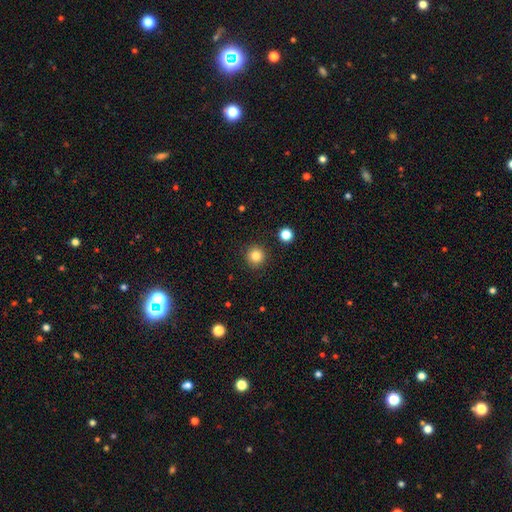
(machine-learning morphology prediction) A smooth galaxy with no disk features (84%) that is round (95%). Merging: none (92%).